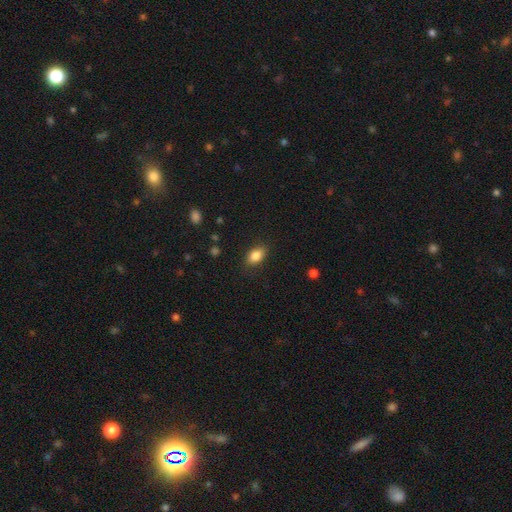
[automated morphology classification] Smooth or featured?
  - smooth: 85% *
  - star or artifact: 8%
  - featured or disk: 7%
How rounded?
  - in between: 86% *
  - round: 11%
  - cigar-shaped: 3%
Merging?
  - none: 85% *
  - minor disturbance: 11%
  - major disturbance: 3%
  - merger: 1%